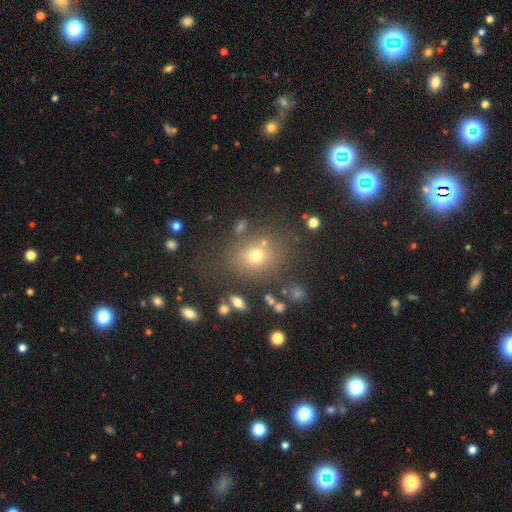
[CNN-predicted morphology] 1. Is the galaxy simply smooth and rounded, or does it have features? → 67% smooth, 20% star or artifact, 12% featured or disk.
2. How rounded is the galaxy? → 60% round, 39% in between, 1% cigar-shaped.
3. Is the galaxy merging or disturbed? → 74% none, 12% minor disturbance, 8% merger, 6% major disturbance.